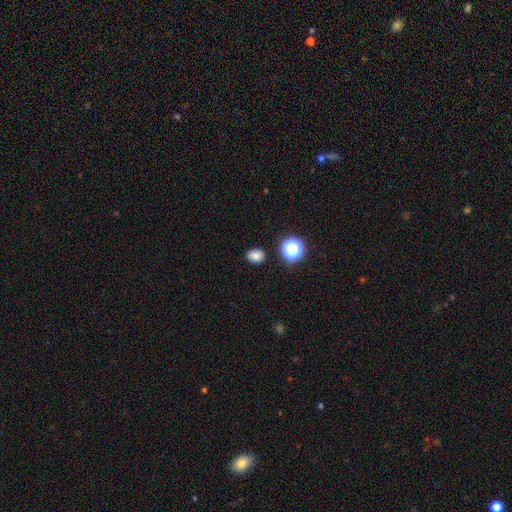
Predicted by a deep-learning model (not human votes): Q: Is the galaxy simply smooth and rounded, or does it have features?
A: smooth — 81%.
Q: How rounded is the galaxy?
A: round — 52%.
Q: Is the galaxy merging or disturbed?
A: none — 88%.